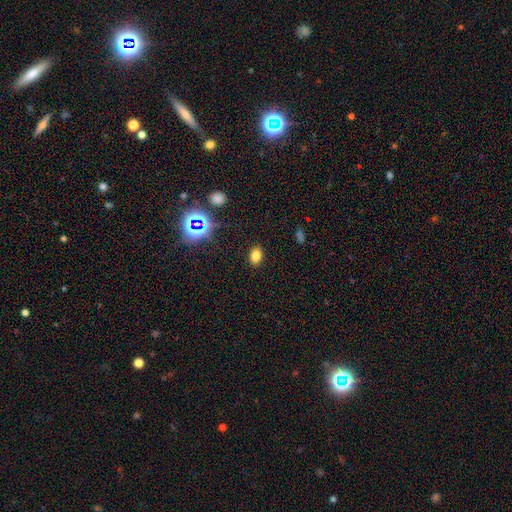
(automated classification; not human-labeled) A smooth galaxy with no disk features (76%) that is in between round and cigar-shaped (84%).

Vote fractions:
- Smooth or featured? smooth: 76% / star or artifact: 17% / featured or disk: 7%
- How rounded? in between: 84% / round: 14% / cigar-shaped: 2%
- Merging? none: 88% / minor disturbance: 8% / major disturbance: 3% / merger: 1%